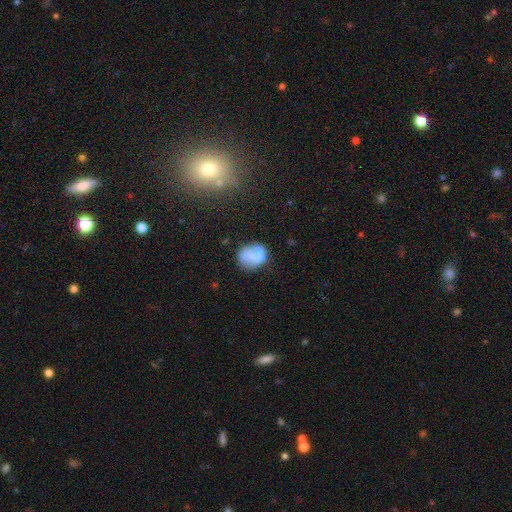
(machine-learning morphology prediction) A smooth galaxy with no disk features (56%) that is round (63%).

Vote fractions:
- Smooth or featured? smooth: 56% / featured or disk: 33% / star or artifact: 11%
- How rounded? round: 63% / in between: 36% / cigar-shaped: 1%
- Merging? none: 39% / merger: 24% / minor disturbance: 21% / major disturbance: 15%